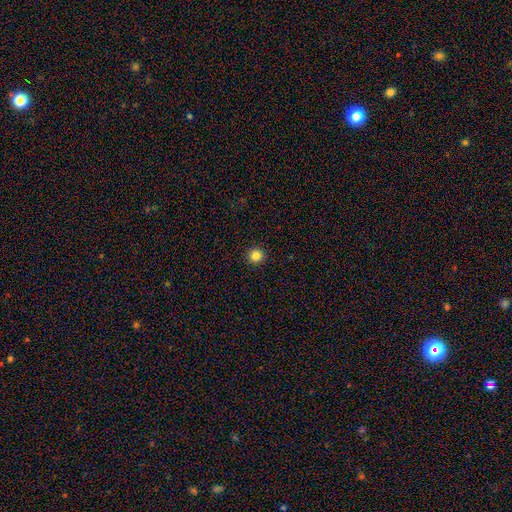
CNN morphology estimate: Smooth or featured? Predicted: smooth (p=0.83). How rounded? Predicted: round (p=0.95). Merging? Predicted: none (p=0.93).